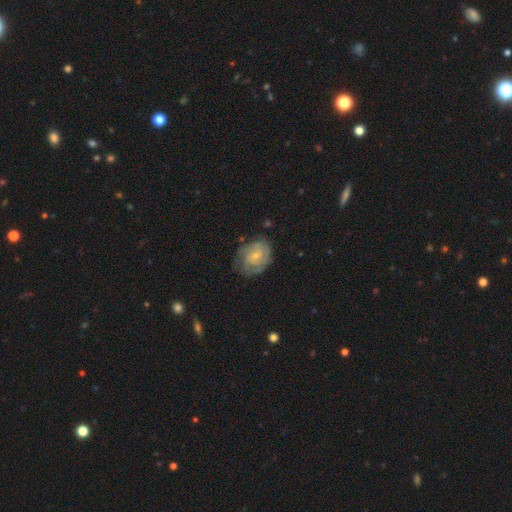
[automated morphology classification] A featured or disk galaxy (56%) with no bar (59%), spiral arms (77%) and a small central bulge (66%).

Vote fractions:
- Smooth or featured? featured or disk: 56% / smooth: 37% / star or artifact: 7%
- Edge-on disk? no: 97% / yes: 3%
- Bar? no: 59% / weak: 36% / strong: 5%
- Spiral arms? yes: 77% / no: 23%
- Bulge size? small: 66% / moderate: 26% / none: 5% / large: 1% / dominant: 1%
- Merging? none: 61% / minor disturbance: 26% / major disturbance: 11% / merger: 2%